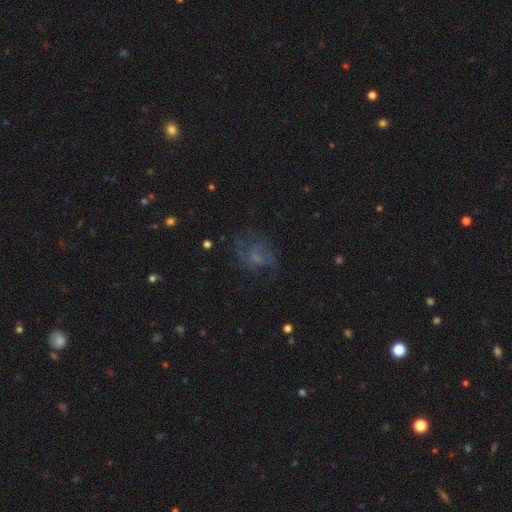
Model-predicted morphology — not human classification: smooth-or-featured: featured or disk: 50% | smooth: 29% | star or artifact: 21%
  merging: none: 52% | major disturbance: 26% | minor disturbance: 19% | merger: 2%